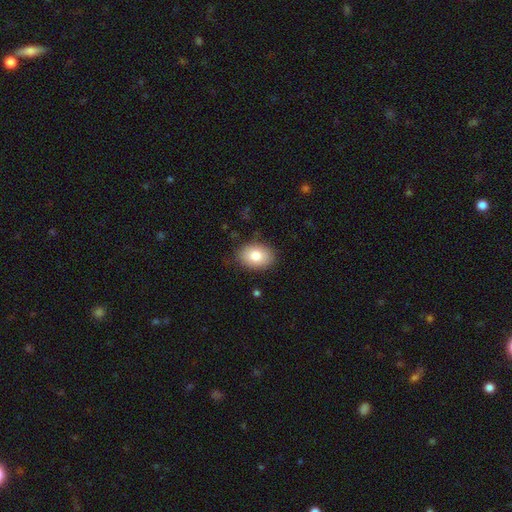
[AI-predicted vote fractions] Q: Smooth or featured?
A: smooth (82%); runner-up: featured or disk (11%)
Q: How rounded?
A: in between (76%); runner-up: round (23%)
Q: Merging?
A: none (83%); runner-up: minor disturbance (13%)